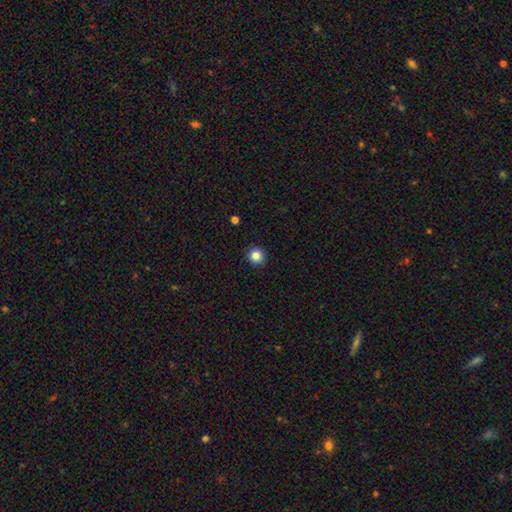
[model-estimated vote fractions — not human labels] A smooth galaxy with no disk features (84%) that is round (93%).

Vote fractions:
- Smooth or featured? smooth: 84% / star or artifact: 11% / featured or disk: 5%
- How rounded? round: 93% / in between: 6% / cigar-shaped: 1%
- Merging? none: 92% / minor disturbance: 6% / major disturbance: 2% / merger: 1%